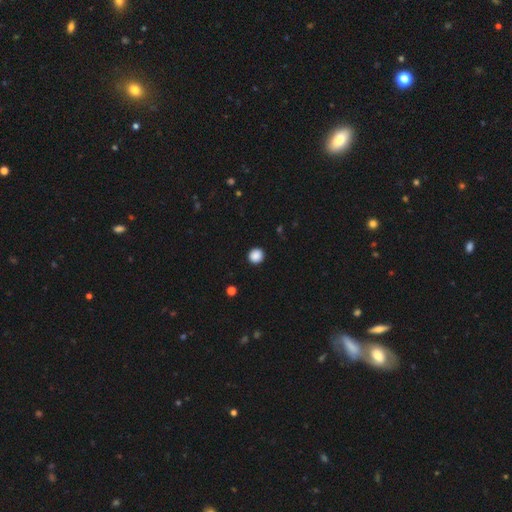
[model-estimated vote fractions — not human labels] Q: Smooth or featured?
A: smooth (88%); runner-up: star or artifact (10%)
Q: How rounded?
A: round (92%); runner-up: in between (7%)
Q: Merging?
A: none (93%); runner-up: minor disturbance (5%)